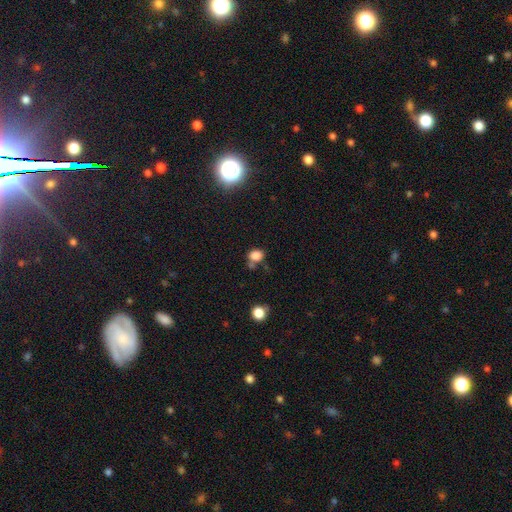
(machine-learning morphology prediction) A smooth galaxy with no disk features (81%) that is round (56%).

Vote fractions:
- Smooth or featured? smooth: 81% / star or artifact: 13% / featured or disk: 6%
- How rounded? round: 56% / in between: 43% / cigar-shaped: 1%
- Merging? none: 58% / minor disturbance: 18% / merger: 17% / major disturbance: 6%